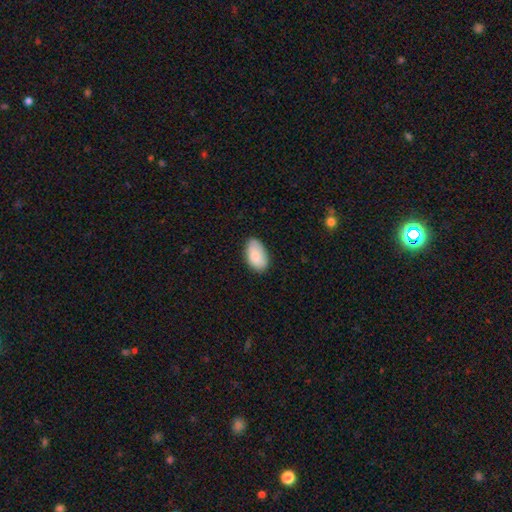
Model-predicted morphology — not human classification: smooth 86%, featured or disk 8%, star or artifact 6%. Down the decision tree: how rounded — in between (95%); merging — none (76%).